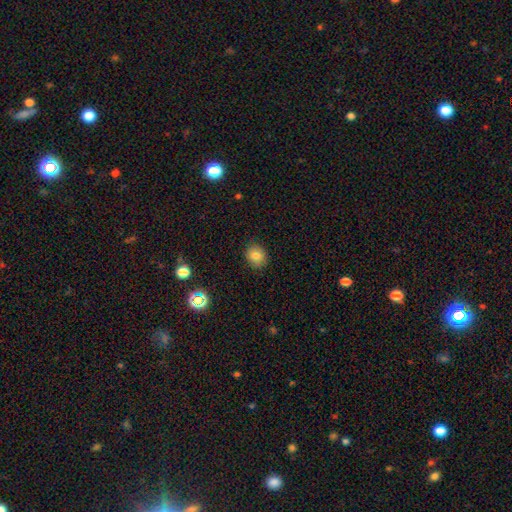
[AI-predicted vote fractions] Smooth or featured: smooth — 80% (star or artifact — 11%)
How rounded: round — 66% (in between — 34%)
Merging: none — 88% (minor disturbance — 9%)